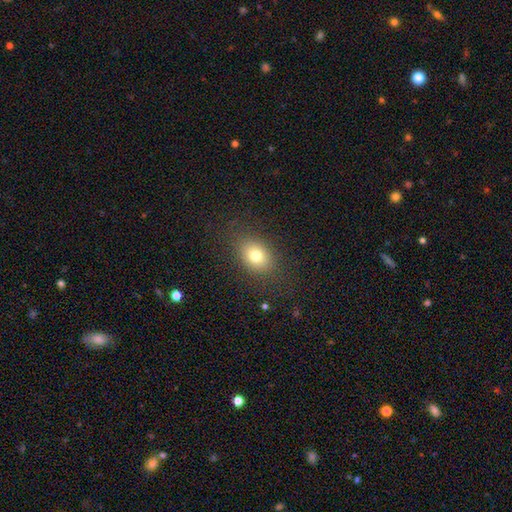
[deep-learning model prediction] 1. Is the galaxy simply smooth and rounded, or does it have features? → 76% smooth, 12% star or artifact, 11% featured or disk.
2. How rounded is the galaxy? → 62% in between, 37% round, 1% cigar-shaped.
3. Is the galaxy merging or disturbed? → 83% none, 11% minor disturbance, 5% major disturbance, 1% merger.